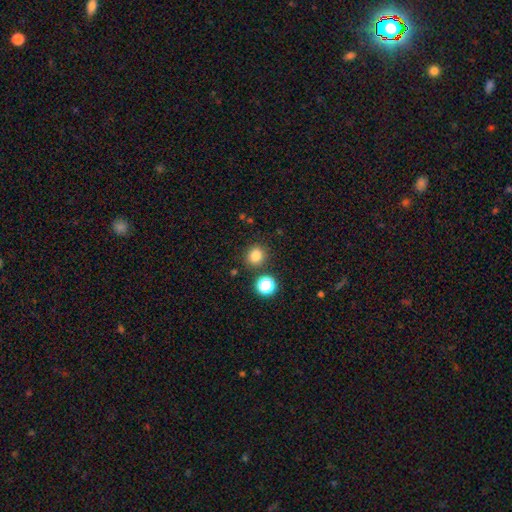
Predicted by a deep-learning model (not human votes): Smooth or featured: smooth — 81% (star or artifact — 14%)
How rounded: round — 83% (in between — 16%)
Merging: none — 85% (minor disturbance — 8%)